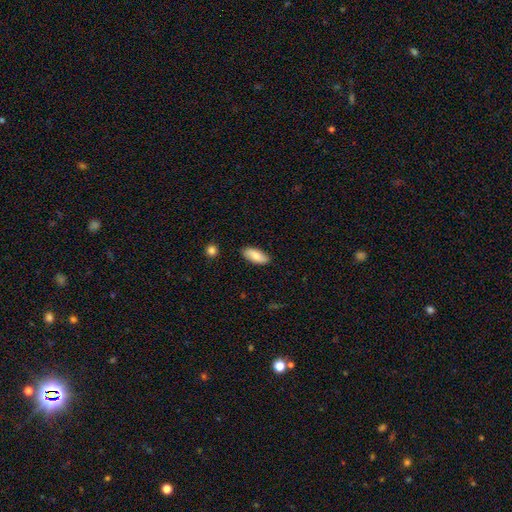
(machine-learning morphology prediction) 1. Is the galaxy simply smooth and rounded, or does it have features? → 81% smooth, 13% featured or disk, 6% star or artifact.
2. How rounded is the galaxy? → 83% in between, 15% cigar-shaped, 2% round.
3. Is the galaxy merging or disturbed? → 86% none, 11% minor disturbance, 2% major disturbance, 2% merger.